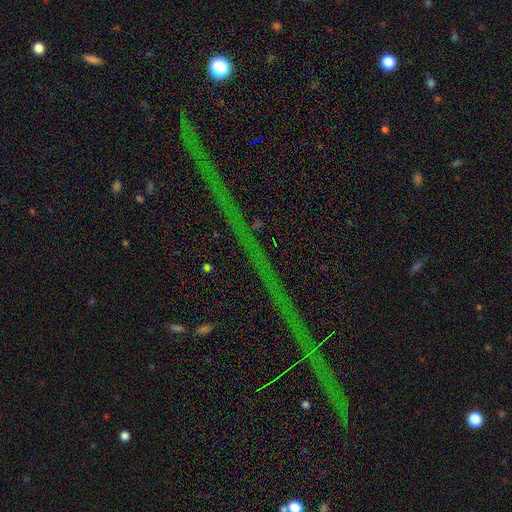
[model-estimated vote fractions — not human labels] Morphology: type=star or artifact (79%).